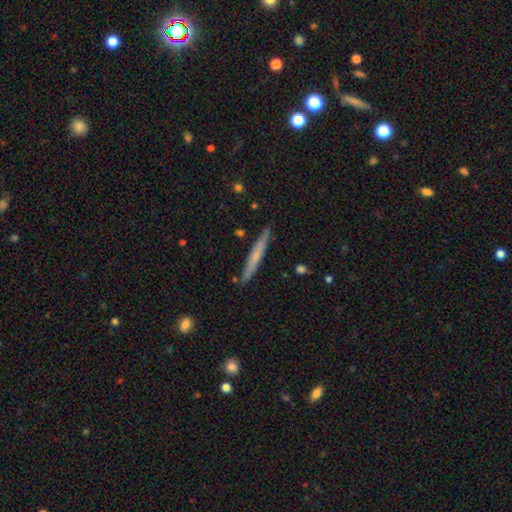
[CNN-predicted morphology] Smooth or featured? Predicted: smooth (p=0.51). How rounded? Predicted: cigar-shaped (p=0.96). Merging? Predicted: none (p=0.88).